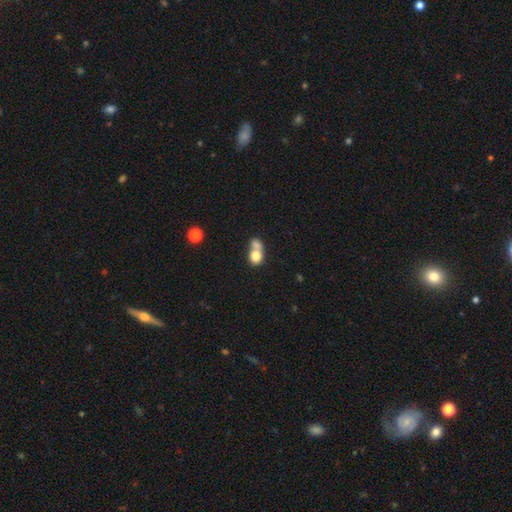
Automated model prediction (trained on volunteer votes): Smooth or featured?
  - smooth: 77% *
  - featured or disk: 14%
  - star or artifact: 9%
How rounded?
  - round: 63% *
  - in between: 35%
  - cigar-shaped: 1%
Merging?
  - merger: 65% *
  - none: 24%
  - minor disturbance: 7%
  - major disturbance: 4%